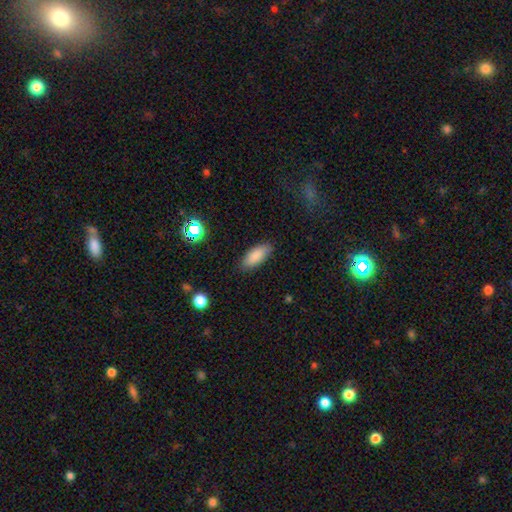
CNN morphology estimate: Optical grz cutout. It shows a smooth galaxy with no disk features (87%) that is in between round and cigar-shaped (81%). Merging: none (87%).